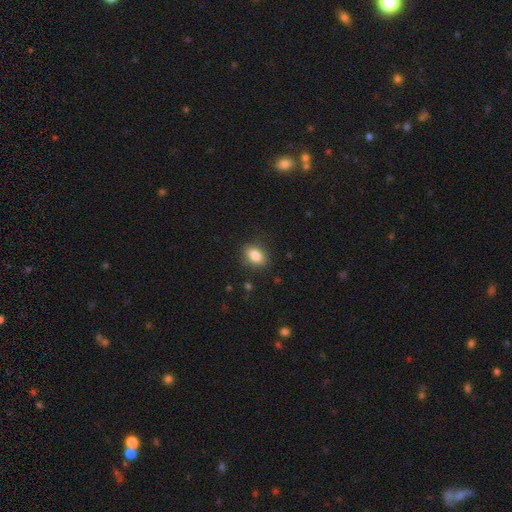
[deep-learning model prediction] Smooth or featured? Predicted: smooth (p=0.84). How rounded? Predicted: in between (p=0.76). Merging? Predicted: none (p=0.86).